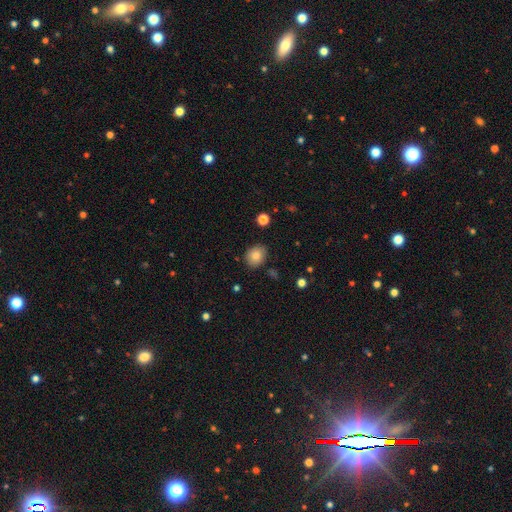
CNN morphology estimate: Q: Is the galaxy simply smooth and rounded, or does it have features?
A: smooth — 84%.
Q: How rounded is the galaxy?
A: round — 52%.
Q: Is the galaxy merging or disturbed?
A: none — 83%.